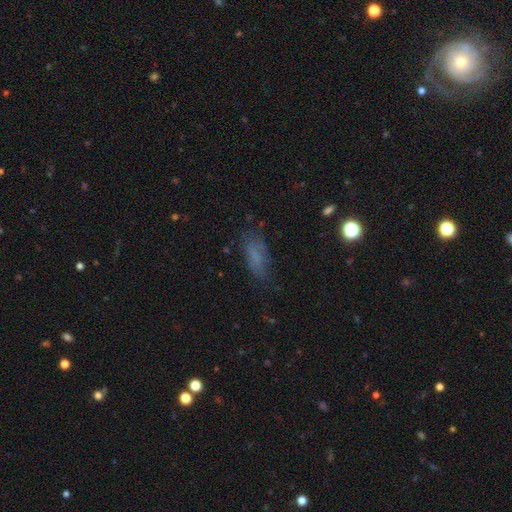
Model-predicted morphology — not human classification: This is likely a smooth galaxy (61%). How rounded: likely in between (70%). Merging: likely none (62%).